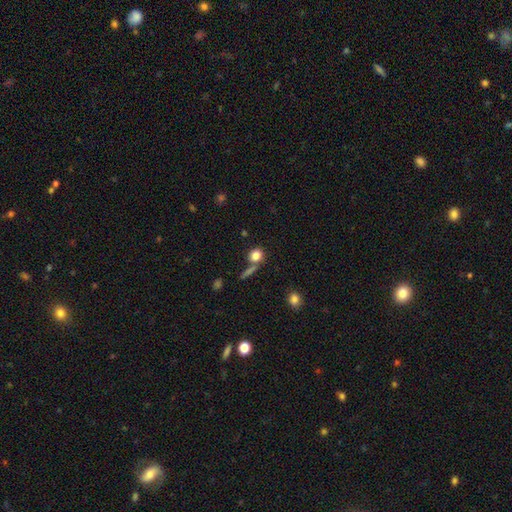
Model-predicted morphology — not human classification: A smooth galaxy with no disk features (82%) that is round (81%). Merging: none (63%).